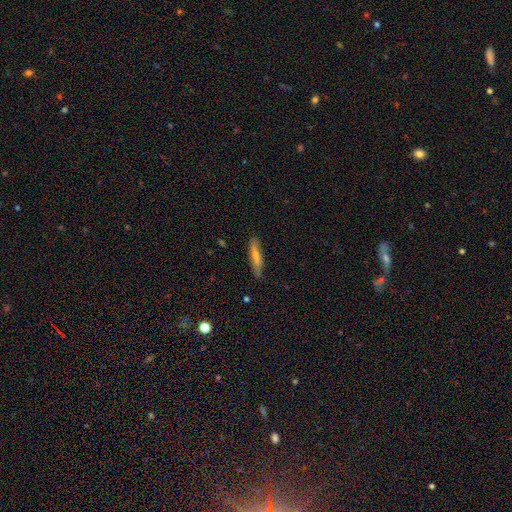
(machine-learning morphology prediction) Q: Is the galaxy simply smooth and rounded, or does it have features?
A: smooth — 60%.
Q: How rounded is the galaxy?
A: cigar-shaped — 86%.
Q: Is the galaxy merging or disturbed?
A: none — 85%.